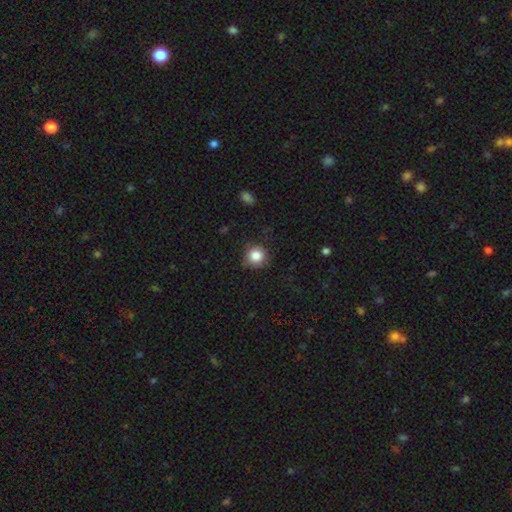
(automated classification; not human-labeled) smooth-or-featured: smooth: 84% | star or artifact: 11% | featured or disk: 6%
  how-rounded: round: 92% | in between: 7% | cigar-shaped: 1%
  merging: none: 78% | minor disturbance: 17% | major disturbance: 4% | merger: 1%